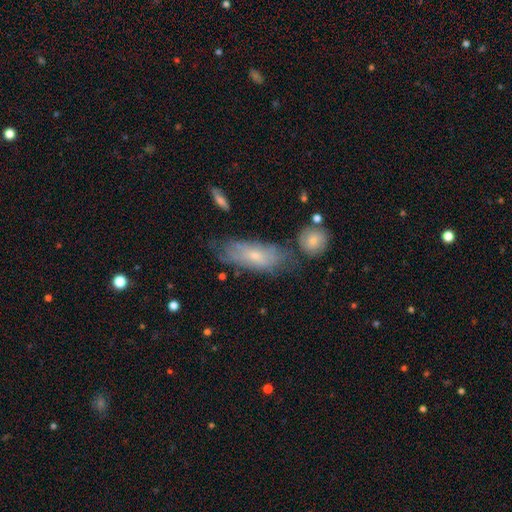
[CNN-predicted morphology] A smooth galaxy with no disk features (54%) that is in between round and cigar-shaped (81%). Merging: none (54%).